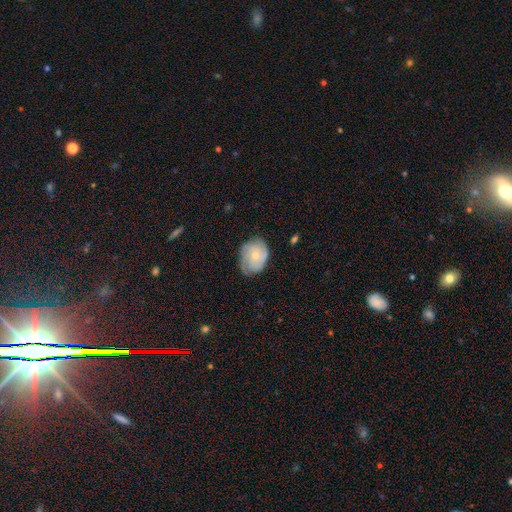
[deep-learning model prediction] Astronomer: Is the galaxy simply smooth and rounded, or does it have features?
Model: featured or disk — 67%.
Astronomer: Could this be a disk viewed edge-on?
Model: no — 98%.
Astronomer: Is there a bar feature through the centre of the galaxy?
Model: no — 76%.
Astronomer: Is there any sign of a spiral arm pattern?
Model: yes — 92%.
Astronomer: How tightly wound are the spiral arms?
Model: tight — 57% (runner-up: medium, 33%).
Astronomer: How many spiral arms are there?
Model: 3 — 36% (runner-up: can't tell, 27%).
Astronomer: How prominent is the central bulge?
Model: small — 65%.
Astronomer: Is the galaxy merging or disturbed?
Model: none — 71%.